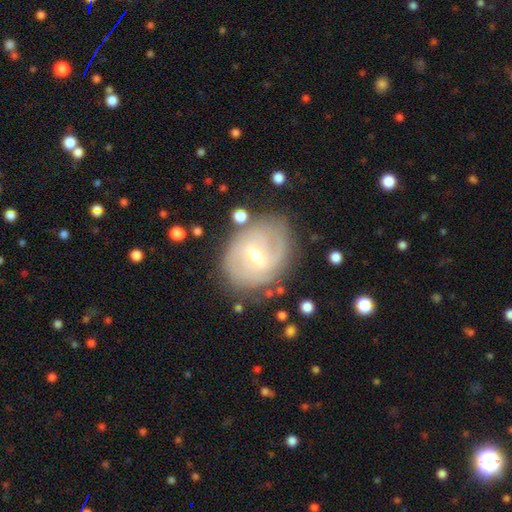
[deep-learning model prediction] smooth-or-featured: featured or disk: 80% | smooth: 14% | star or artifact: 6%
  disk-edge-on: no: 96% | yes: 4%
    bar: weak: 59% | strong: 23% | no: 18%
    has-spiral-arms: yes: 88% | no: 12%
      spiral-winding: tight: 54% | medium: 33% | loose: 13%
      spiral-arm-count: 2: 42% | can't tell: 34% | 3: 12% | 4: 5% | 1: 4% | more than 4: 3%
    bulge-size: moderate: 52% | small: 44% | large: 2% | none: 1% | dominant: 1%
  merging: none: 73% | minor disturbance: 17% | major disturbance: 7% | merger: 3%